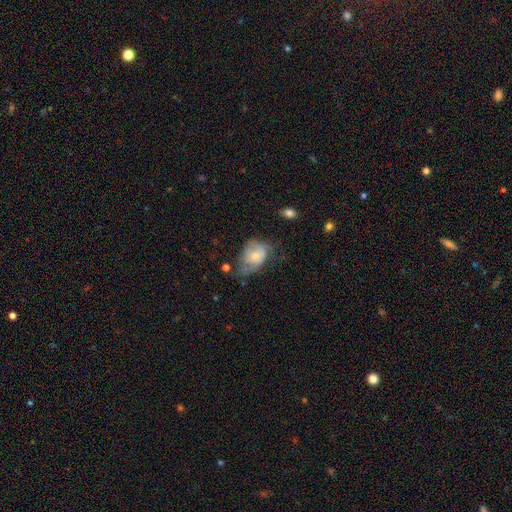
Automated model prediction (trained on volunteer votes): A smooth galaxy with no disk features (58%) that is in between round and cigar-shaped (77%).

Vote fractions:
- Smooth or featured? smooth: 58% / featured or disk: 35% / star or artifact: 7%
- How rounded? in between: 77% / round: 22% / cigar-shaped: 1%
- Merging? minor disturbance: 35% / major disturbance: 33% / none: 29% / merger: 4%